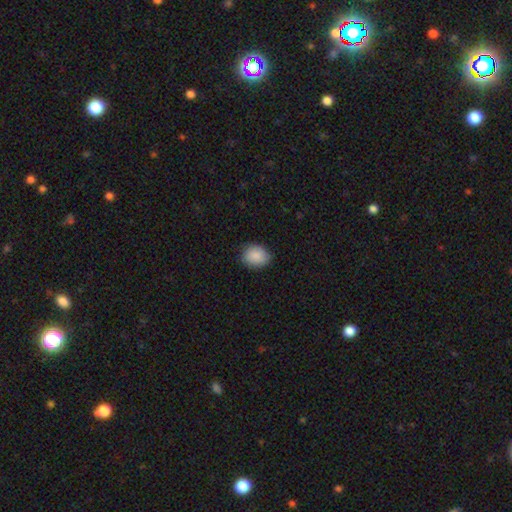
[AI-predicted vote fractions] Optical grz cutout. It shows a smooth galaxy with no disk features (89%) that is in between round and cigar-shaped (53%). Merging: none (84%).